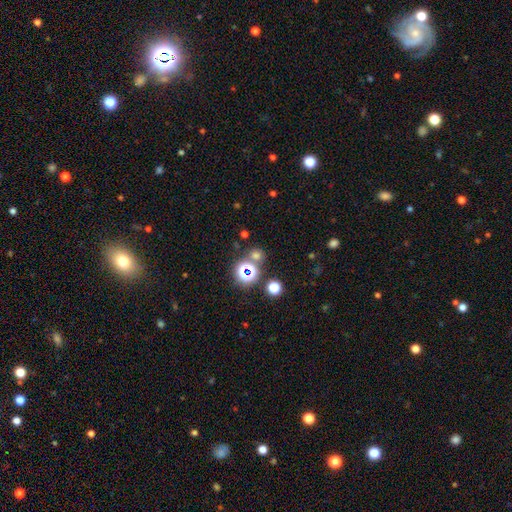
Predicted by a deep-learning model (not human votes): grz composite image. It shows a smooth galaxy with no disk features (54%) that is round (85%). Merging: none (71%).